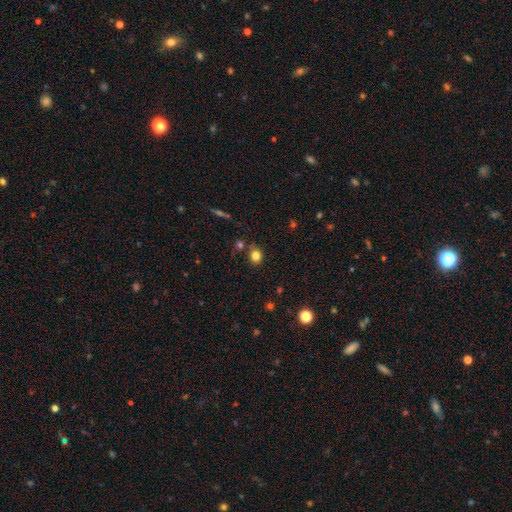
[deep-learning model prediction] A smooth galaxy with no disk features (80%) that is round (71%).

Vote fractions:
- Smooth or featured? smooth: 80% / star or artifact: 13% / featured or disk: 7%
- How rounded? round: 71% / in between: 27% / cigar-shaped: 1%
- Merging? none: 78% / minor disturbance: 11% / merger: 8% / major disturbance: 3%